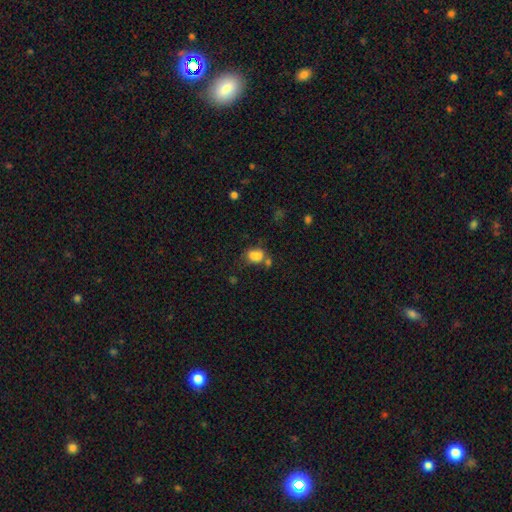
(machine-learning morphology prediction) Smooth or featured? smooth (75%)
How rounded? in between (68%)
Merging? merger (39%)